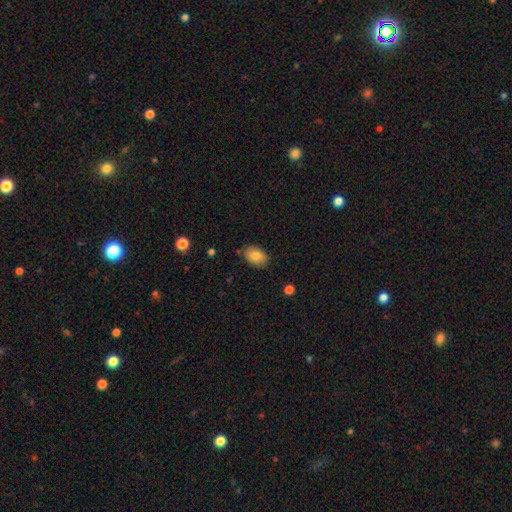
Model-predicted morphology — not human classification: smooth-or-featured: smooth: 83% | featured or disk: 10% | star or artifact: 8%
  how-rounded: in between: 85% | round: 14% | cigar-shaped: 1%
  merging: none: 83% | minor disturbance: 13% | major disturbance: 3% | merger: 2%